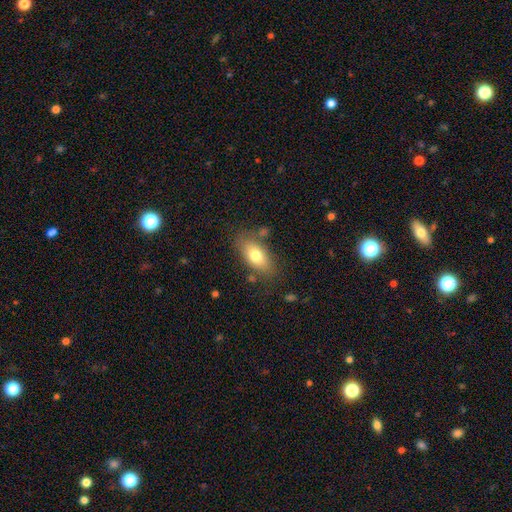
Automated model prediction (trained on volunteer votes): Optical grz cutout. It shows a smooth galaxy with no disk features (74%) that is in between round and cigar-shaped (87%). Merging: none (75%).